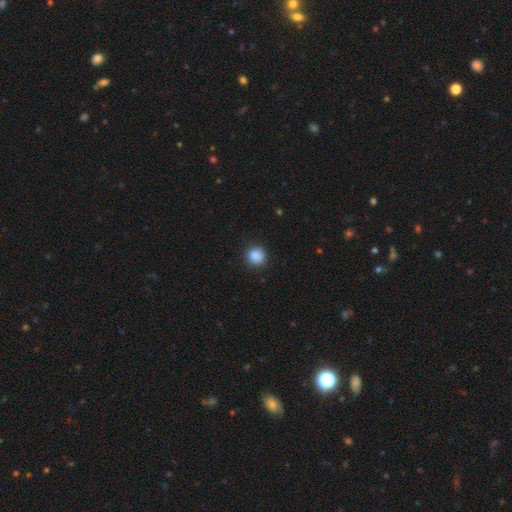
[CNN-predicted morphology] This appears to be a smooth galaxy with no disk features (87%) that is round (88%). Merging: none (88%).